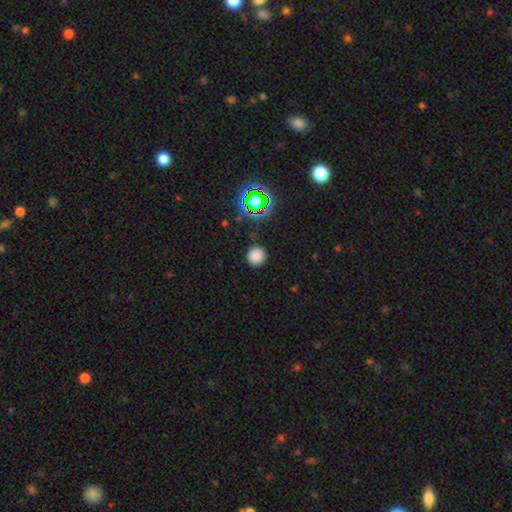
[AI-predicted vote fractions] Overall: smooth (77%). How rounded: round (93%). Merging: none (88%).